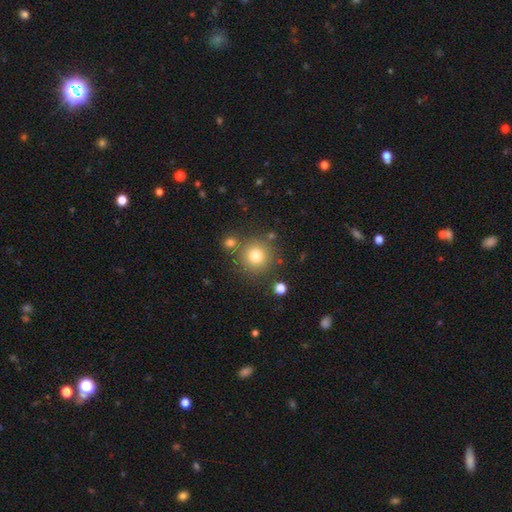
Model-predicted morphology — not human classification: The model was most divided on "smooth or featured": smooth: 78%, star or artifact: 13%, featured or disk: 9%. More confident: how rounded — round (94%); merging — none (79%).